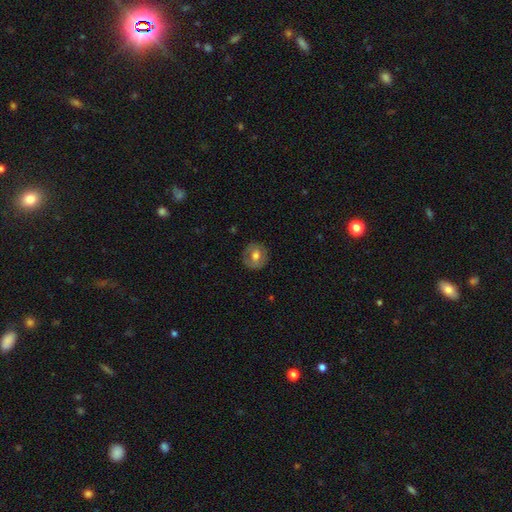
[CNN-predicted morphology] Smooth or featured? Predicted: smooth (p=0.60). How rounded? Predicted: round (p=0.87). Merging? Predicted: none (p=0.83).